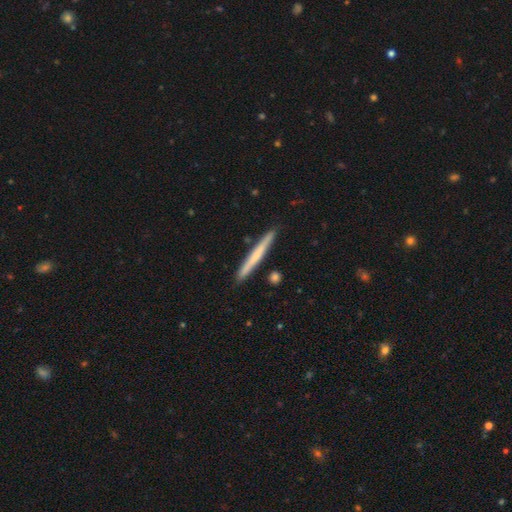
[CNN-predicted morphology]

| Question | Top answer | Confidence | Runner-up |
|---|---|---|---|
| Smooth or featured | smooth | 55% | featured or disk (40%) |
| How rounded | cigar-shaped | 97% | in between (2%) |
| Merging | none | 89% | minor disturbance (7%) |